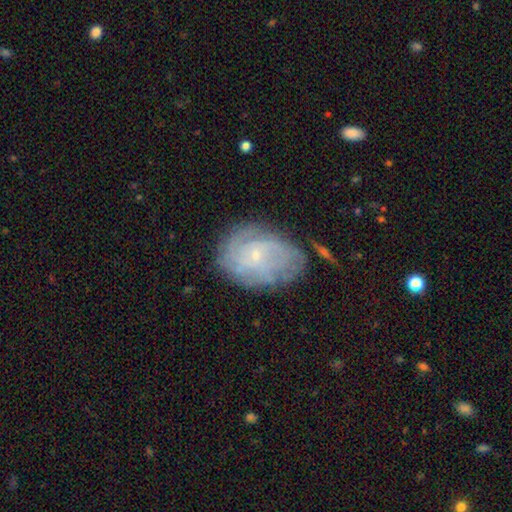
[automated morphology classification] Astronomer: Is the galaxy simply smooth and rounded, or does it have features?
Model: featured or disk — 72%.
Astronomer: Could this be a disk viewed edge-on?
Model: no — 97%.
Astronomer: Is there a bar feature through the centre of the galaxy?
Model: no — 74%.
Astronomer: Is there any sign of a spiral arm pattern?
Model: yes — 88%.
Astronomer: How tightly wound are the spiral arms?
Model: tight — 66%.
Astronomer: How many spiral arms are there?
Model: can't tell — 49%.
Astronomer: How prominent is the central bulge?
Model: small — 84%.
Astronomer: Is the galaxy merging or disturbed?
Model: none — 66%.